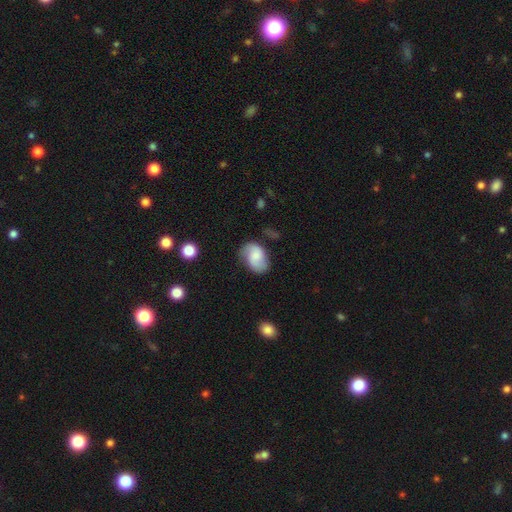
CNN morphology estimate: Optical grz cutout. It shows a smooth galaxy with no disk features (53%) that is in between round and cigar-shaped (83%). Merging: none (62%).